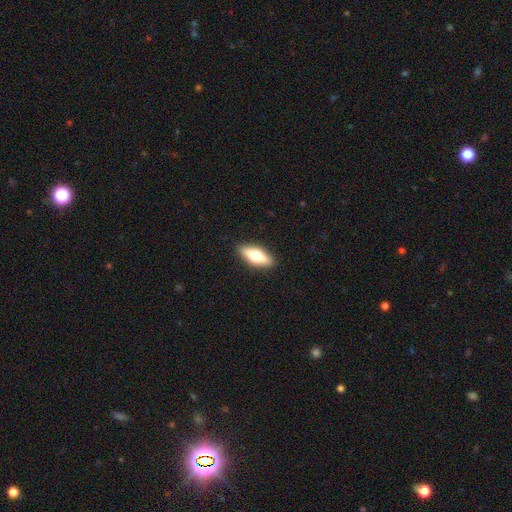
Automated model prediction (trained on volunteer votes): The model was most divided on "smooth or featured": smooth: 58%, featured or disk: 35%, star or artifact: 6%. More confident: merging — none (89%); how rounded — in between (67%).